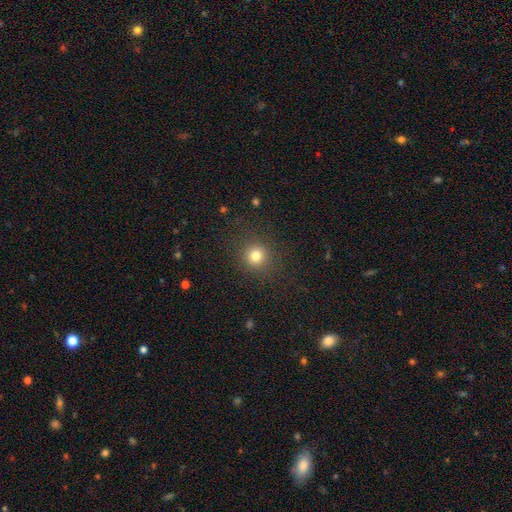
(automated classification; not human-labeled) smooth 80%, star or artifact 14%, featured or disk 6%. Down the decision tree: how rounded — round (92%); merging — none (89%).